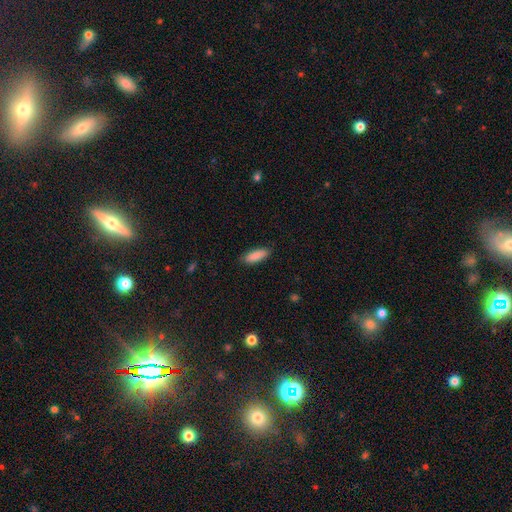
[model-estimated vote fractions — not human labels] Smooth or featured?
  - smooth: 89% *
  - star or artifact: 6%
  - featured or disk: 5%
How rounded?
  - in between: 65% *
  - cigar-shaped: 34%
  - round: 2%
Merging?
  - none: 86% *
  - minor disturbance: 11%
  - major disturbance: 2%
  - merger: 1%